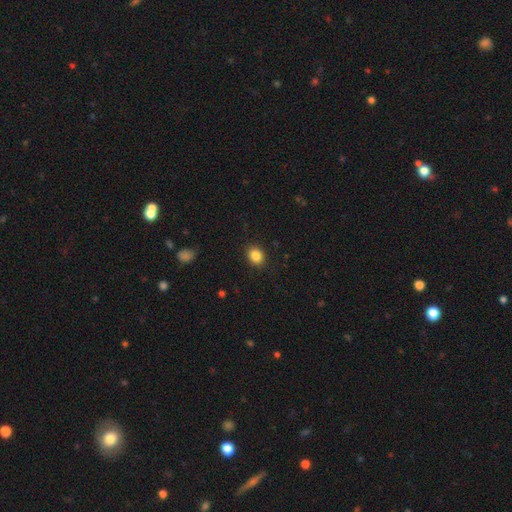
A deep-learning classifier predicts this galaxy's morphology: smooth 86%, star or artifact 10%, featured or disk 4%. Down the decision tree: how rounded — round (61%); merging — none (89%).